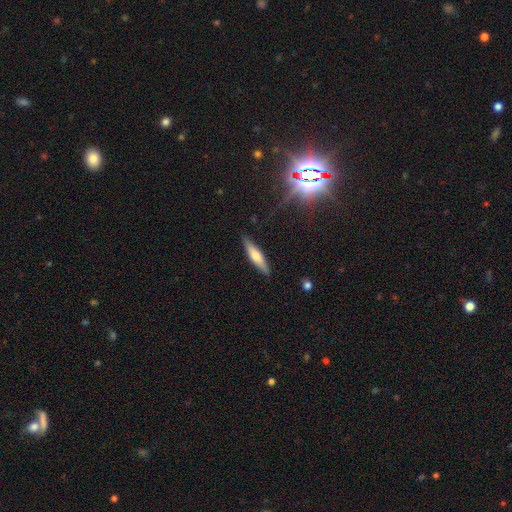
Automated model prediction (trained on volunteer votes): This appears to be a smooth galaxy with no disk features (55%) that is cigar-shaped (81%). Merging: none (88%).